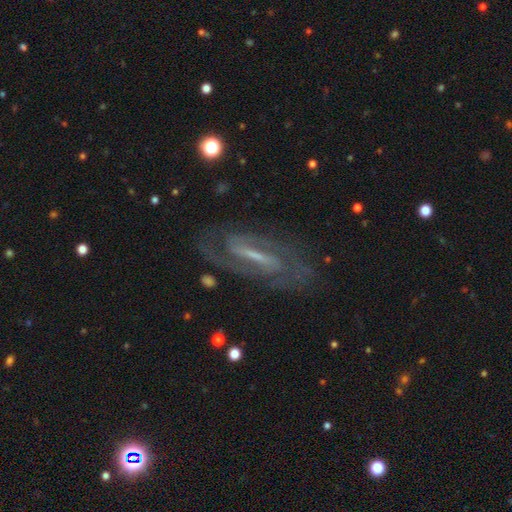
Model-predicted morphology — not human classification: Smooth or featured? featured or disk (85%)
Edge-on disk? no (87%)
Bar? strong (56%)
Spiral arms? yes (92%)
Spiral winding? medium (44%)
Spiral arm count? 2 (75%)
Bulge size? small (54%)
Merging? none (77%)